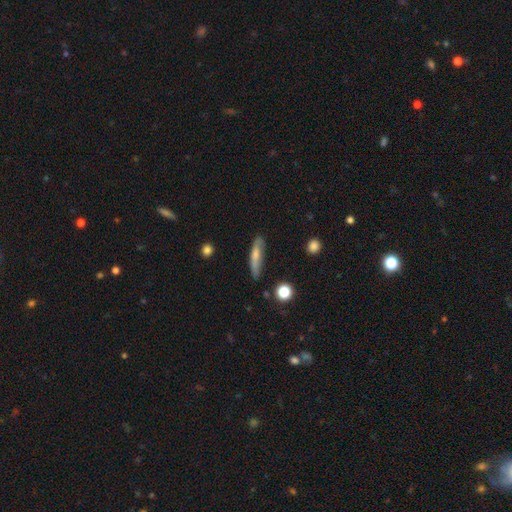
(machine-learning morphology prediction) This appears to be a smooth galaxy with no disk features (67%) that is cigar-shaped (79%). Merging: none (74%).